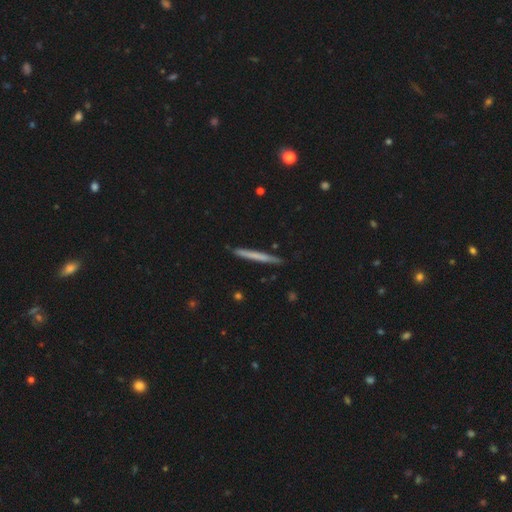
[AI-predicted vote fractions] Smooth or featured? Predicted: smooth (p=0.59). How rounded? Predicted: cigar-shaped (p=0.97). Merging? Predicted: none (p=0.90).